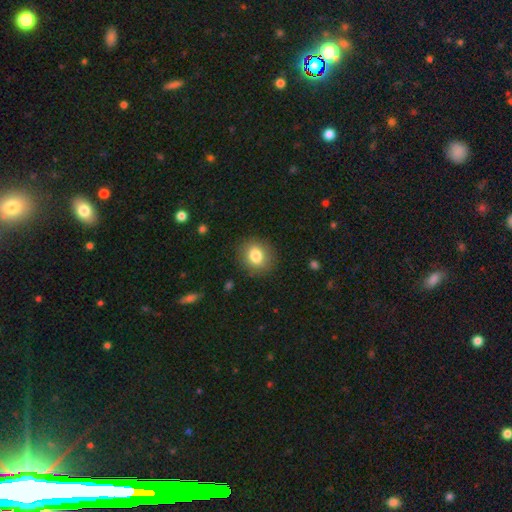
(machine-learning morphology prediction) A smooth galaxy with no disk features (81%) that is round (78%). Merging: none (88%).